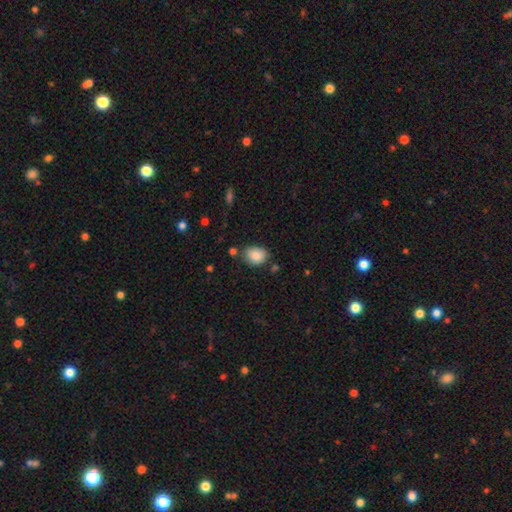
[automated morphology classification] smooth_or_featured: smooth (p=0.84) [alt: star or artifact p=0.08]
how_rounded: in between (p=0.57) [alt: round p=0.43]
merging: none (p=0.76) [alt: minor disturbance p=0.16]